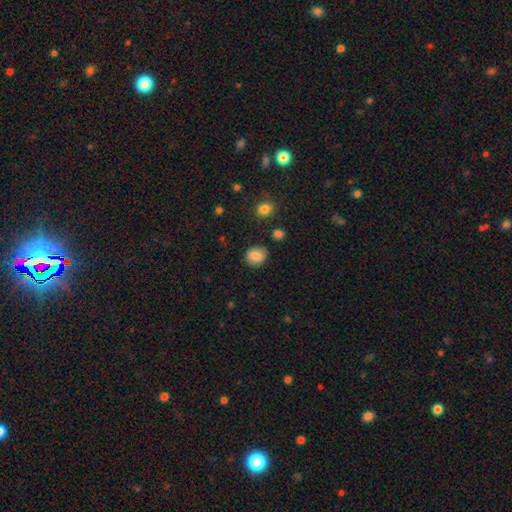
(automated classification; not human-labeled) This is clearly a smooth galaxy (82%). How rounded: likely round (69%). Merging: clearly none (81%).